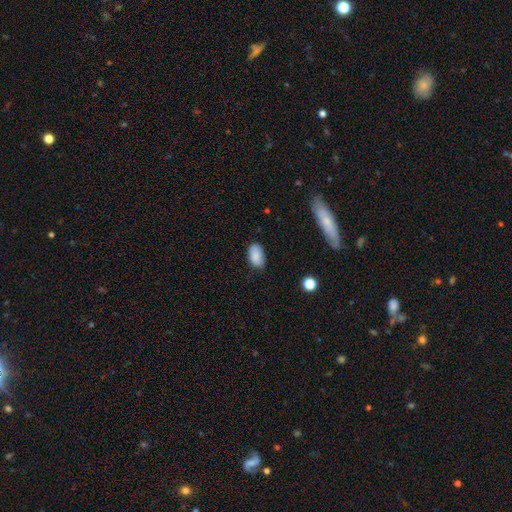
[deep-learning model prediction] smooth 85%, star or artifact 8%, featured or disk 7%. Down the decision tree: how rounded — in between (93%); merging — none (76%).